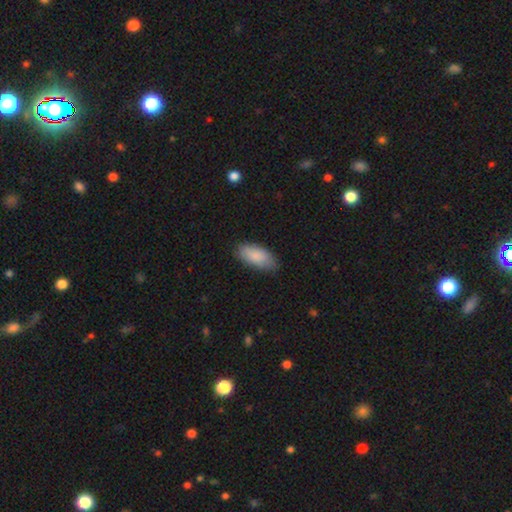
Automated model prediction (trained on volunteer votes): Smooth or featured: smooth — 87% (featured or disk — 7%)
How rounded: in between — 90% (cigar-shaped — 8%)
Merging: none — 81% (minor disturbance — 15%)